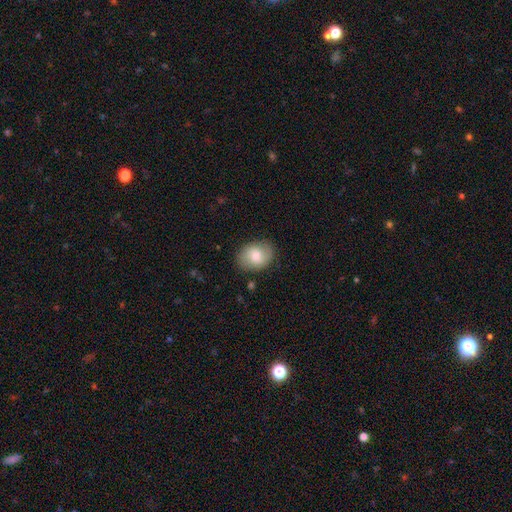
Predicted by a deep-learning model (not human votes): Smooth or featured? smooth (70%)
How rounded? in between (59%)
Merging? none (83%)